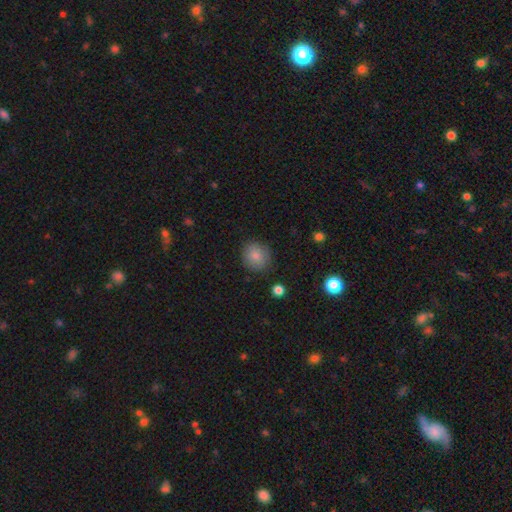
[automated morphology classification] This appears to be a smooth galaxy with no disk features (84%) that is round (84%). Merging: none (85%).